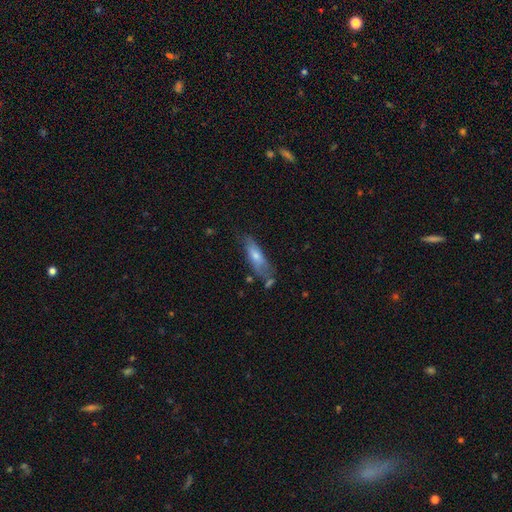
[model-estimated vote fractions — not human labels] A smooth galaxy with no disk features (54%) that is cigar-shaped (56%).

Vote fractions:
- Smooth or featured? smooth: 54% / featured or disk: 39% / star or artifact: 8%
- How rounded? cigar-shaped: 56% / in between: 42% / round: 2%
- Merging? none: 58% / minor disturbance: 25% / major disturbance: 9% / merger: 8%